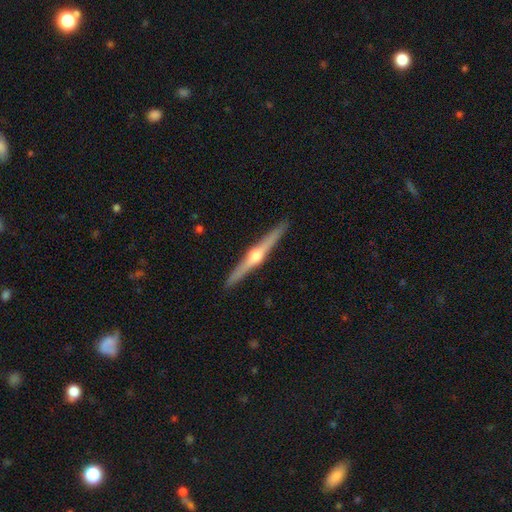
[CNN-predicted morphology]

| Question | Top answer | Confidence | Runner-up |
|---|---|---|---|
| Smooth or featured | featured or disk | 82% | smooth (14%) |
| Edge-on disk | yes | 98% | no (2%) |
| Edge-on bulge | rounded | 95% | boxy (2%) |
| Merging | none | 92% | minor disturbance (5%) |